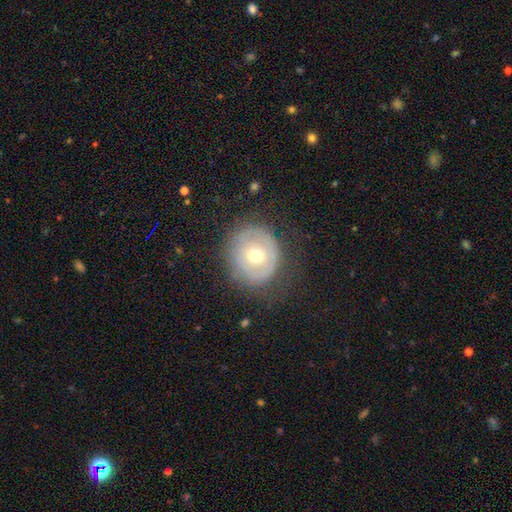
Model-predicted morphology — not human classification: type=smooth (51%); roundness=round (81%); merging=none (69%).